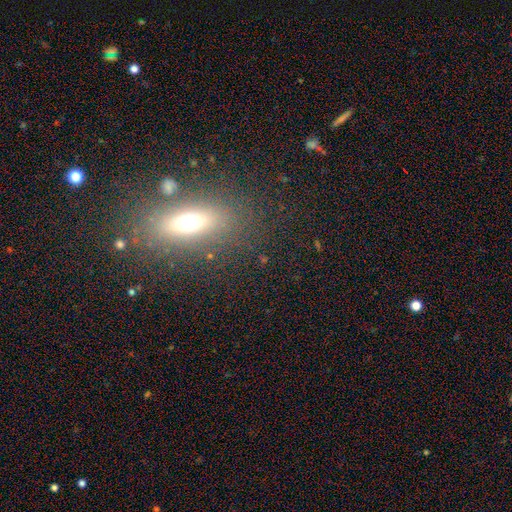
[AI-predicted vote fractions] A smooth galaxy with no disk features (54%) that is in between round and cigar-shaped (61%). Merging: none (83%).